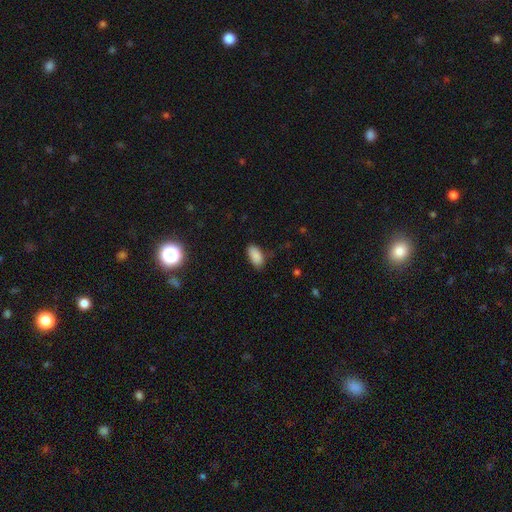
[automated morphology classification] Overall: smooth (87%). How rounded: in between (93%). Merging: none (74%).